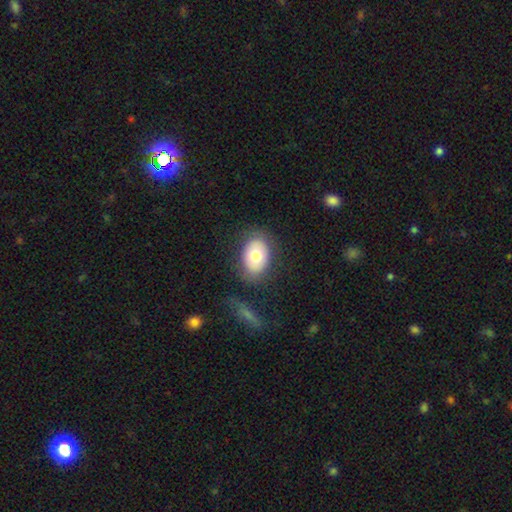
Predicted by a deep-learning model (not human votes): smooth 71%, featured or disk 22%, star or artifact 7%. Down the decision tree: how rounded — in between (74%); merging — none (79%).